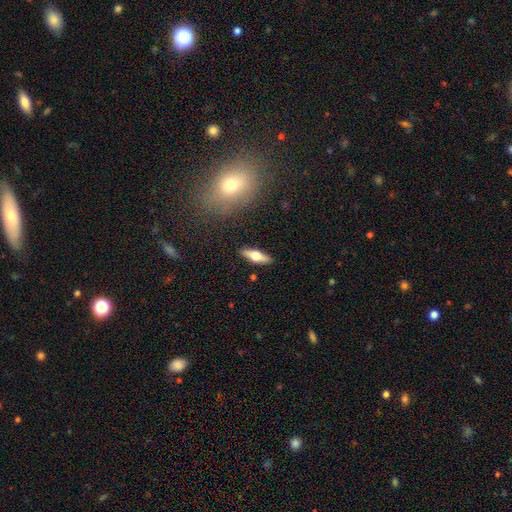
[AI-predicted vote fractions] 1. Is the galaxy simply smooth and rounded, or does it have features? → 48% smooth, 46% featured or disk, 6% star or artifact.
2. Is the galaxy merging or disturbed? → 89% none, 8% minor disturbance, 2% major disturbance, 2% merger.